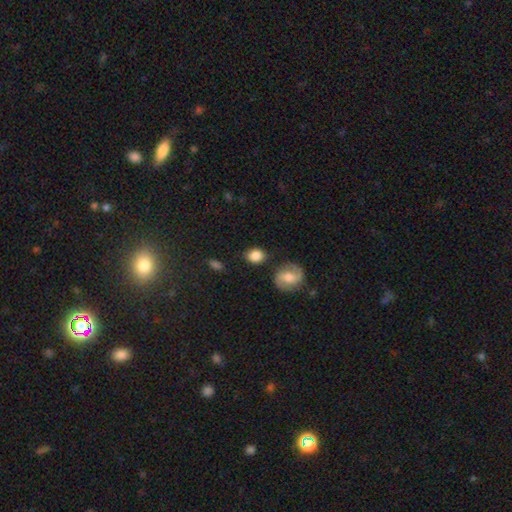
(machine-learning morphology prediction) Smooth or featured? smooth (83%)
How rounded? round (59%)
Merging? none (78%)